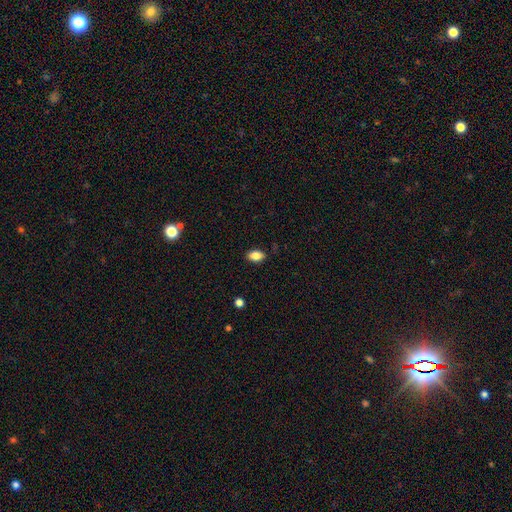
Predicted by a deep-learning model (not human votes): A smooth galaxy with no disk features (85%) that is in between round and cigar-shaped (89%).

Vote fractions:
- Smooth or featured? smooth: 85% / star or artifact: 9% / featured or disk: 7%
- How rounded? in between: 89% / round: 8% / cigar-shaped: 3%
- Merging? none: 87% / minor disturbance: 10% / major disturbance: 2% / merger: 1%